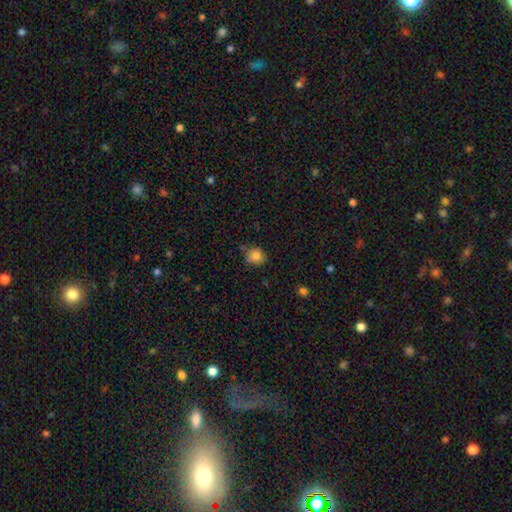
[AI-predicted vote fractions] smooth_or_featured: smooth (p=0.83) [alt: star or artifact p=0.11]
how_rounded: round (p=0.76) [alt: in between p=0.23]
merging: none (p=0.72) [alt: minor disturbance p=0.20]